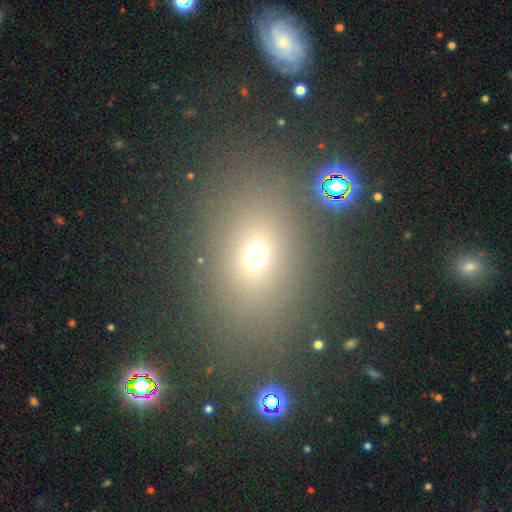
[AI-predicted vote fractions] Morphology: type=smooth (60%); roundness=in between (62%); merging=none (81%).